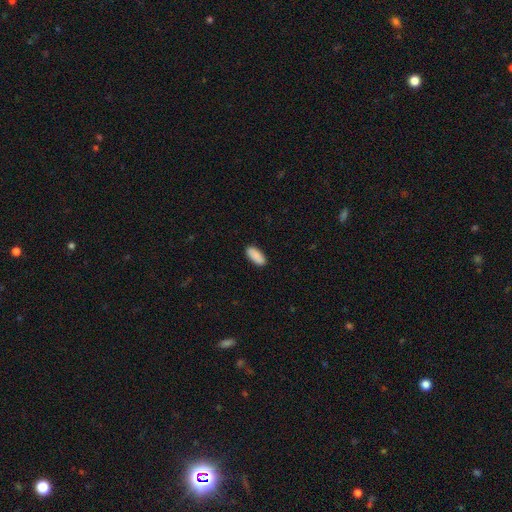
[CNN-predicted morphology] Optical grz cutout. It shows a smooth galaxy with no disk features (91%) that is in between round and cigar-shaped (87%). Merging: none (90%).